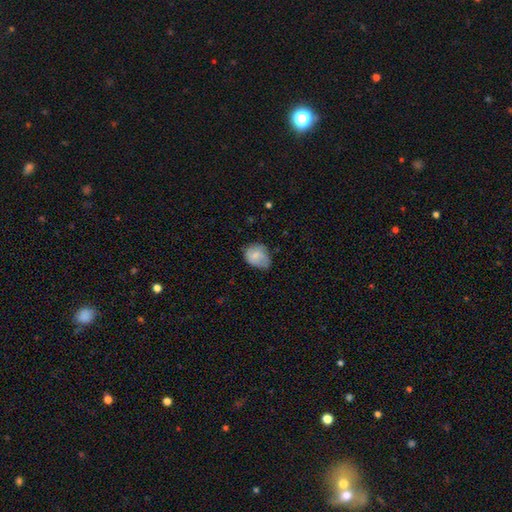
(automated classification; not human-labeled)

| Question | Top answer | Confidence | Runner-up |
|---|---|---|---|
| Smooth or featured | smooth | 73% | featured or disk (20%) |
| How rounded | in between | 56% | round (43%) |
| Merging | none | 52% | minor disturbance (36%) |